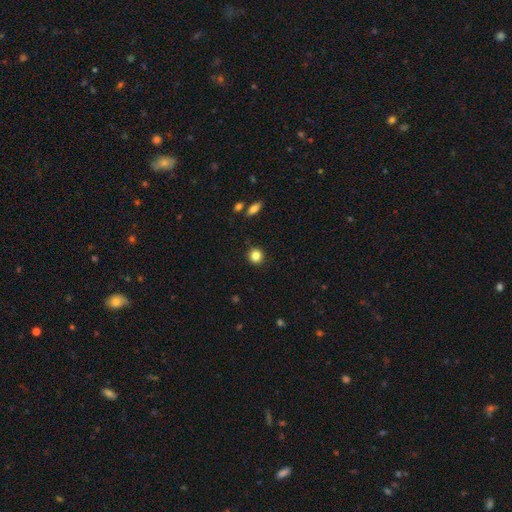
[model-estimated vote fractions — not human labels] A smooth galaxy with no disk features (85%) that is round (90%). Merging: none (91%).